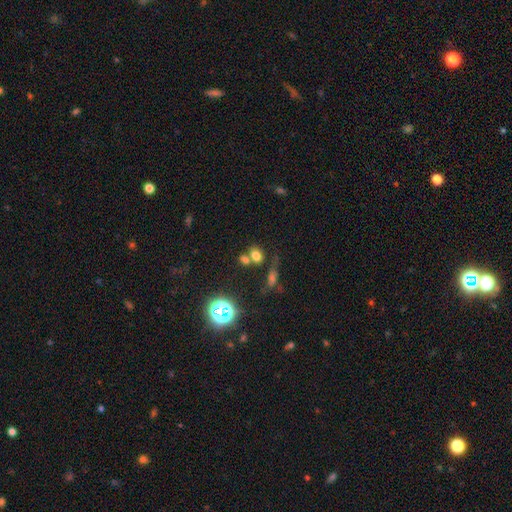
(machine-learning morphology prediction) A smooth galaxy with no disk features (66%) that is in between round and cigar-shaped (53%).

Vote fractions:
- Smooth or featured? smooth: 66% / star or artifact: 25% / featured or disk: 10%
- How rounded? in between: 53% / round: 45% / cigar-shaped: 2%
- Merging? none: 49% / merger: 34% / minor disturbance: 11% / major disturbance: 6%